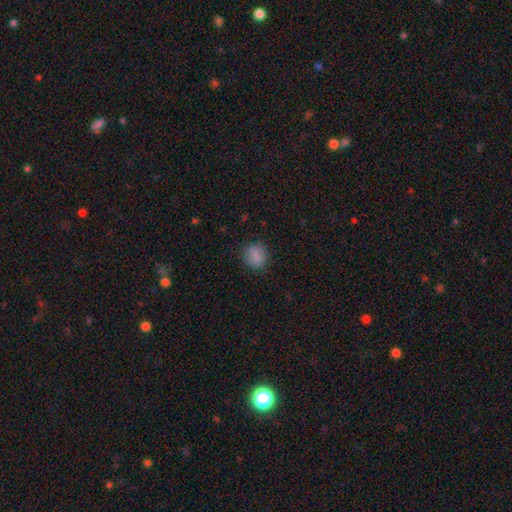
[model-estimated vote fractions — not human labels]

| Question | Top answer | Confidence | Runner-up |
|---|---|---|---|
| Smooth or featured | smooth | 83% | star or artifact (10%) |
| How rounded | round | 68% | in between (31%) |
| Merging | none | 82% | minor disturbance (13%) |